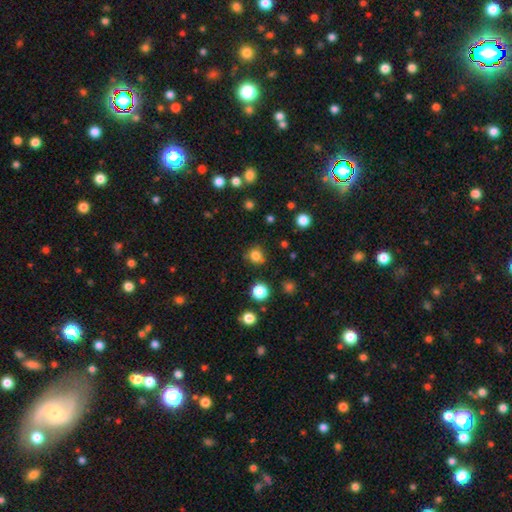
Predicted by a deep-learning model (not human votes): A smooth galaxy with no disk features (80%) that is round (84%).

Vote fractions:
- Smooth or featured? smooth: 80% / star or artifact: 15% / featured or disk: 5%
- How rounded? round: 84% / in between: 15% / cigar-shaped: 1%
- Merging? none: 79% / minor disturbance: 14% / major disturbance: 4% / merger: 3%